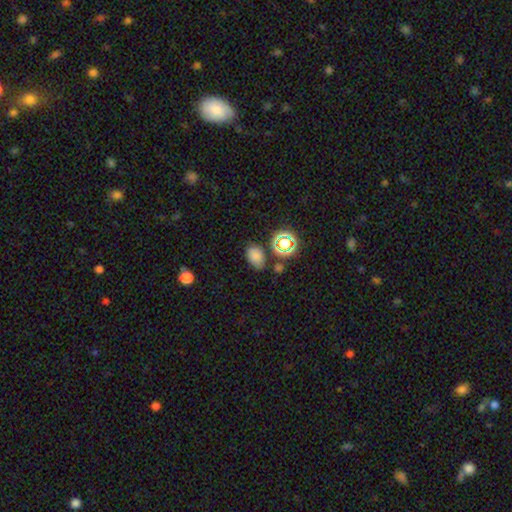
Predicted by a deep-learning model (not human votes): This is likely a smooth galaxy (75%). How rounded: clearly in between (81%). Merging: likely none (72%).